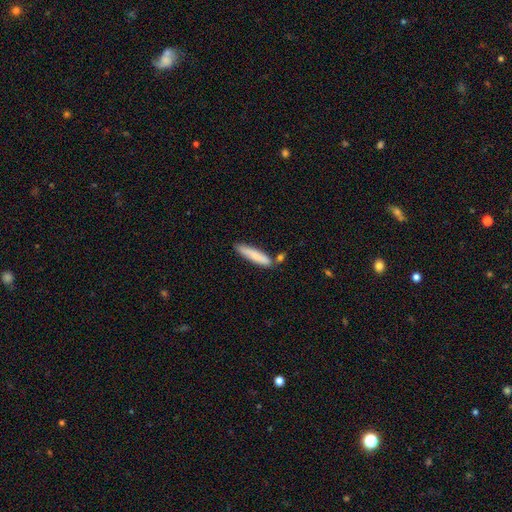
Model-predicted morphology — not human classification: smooth-or-featured: smooth: 80% | featured or disk: 15% | star or artifact: 6%
  how-rounded: cigar-shaped: 86% | in between: 12% | round: 1%
  merging: none: 73% | minor disturbance: 15% | merger: 9% | major disturbance: 3%